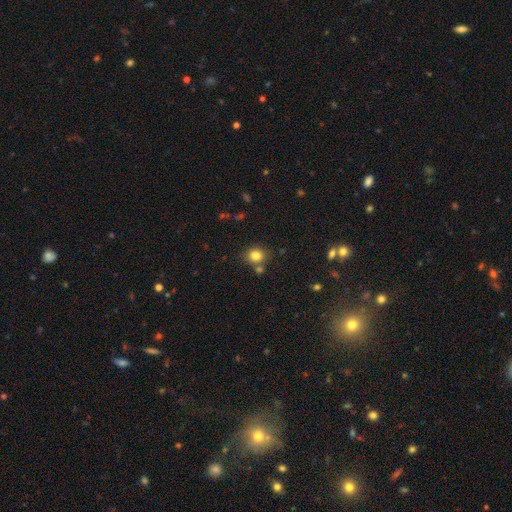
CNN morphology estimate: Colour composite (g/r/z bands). It shows a smooth galaxy with no disk features (82%) that is round (73%). Merging: none (72%).